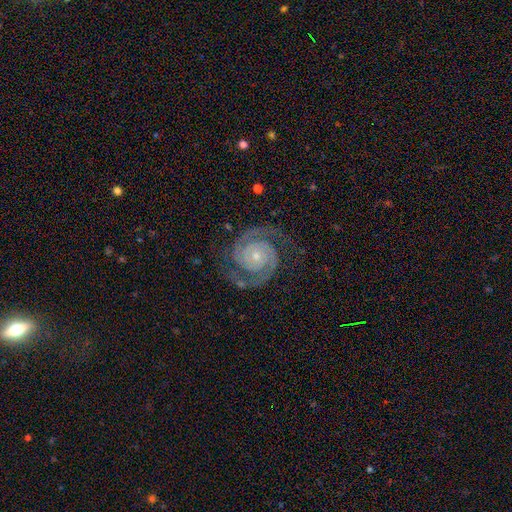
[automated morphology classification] This is clearly a featured or disk galaxy (93%). It is clearly not viewed edge-on (98%). Bar: likely no (75%). Spiral arm pattern: clearly yes (99%). Spiral arm count: clearly 2 (93%). Spiral winding: likely tight (60%). Central bulge: likely small (74%). Merging: clearly none (82%).